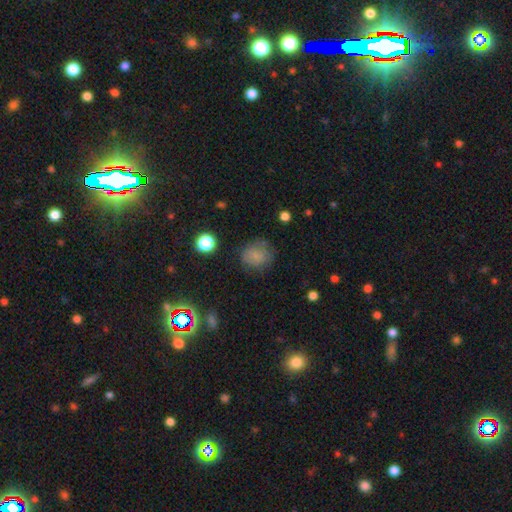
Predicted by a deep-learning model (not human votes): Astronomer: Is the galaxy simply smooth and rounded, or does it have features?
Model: smooth — 75%.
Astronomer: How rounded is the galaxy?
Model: round — 73%.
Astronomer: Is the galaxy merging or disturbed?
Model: none — 71%.